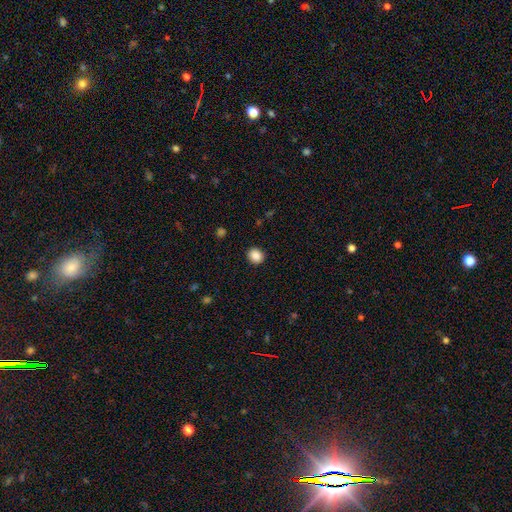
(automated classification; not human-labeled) Smooth or featured?
  - smooth: 88% *
  - star or artifact: 9%
  - featured or disk: 3%
How rounded?
  - round: 70% *
  - in between: 29%
  - cigar-shaped: 1%
Merging?
  - none: 90% *
  - minor disturbance: 7%
  - major disturbance: 2%
  - merger: 1%